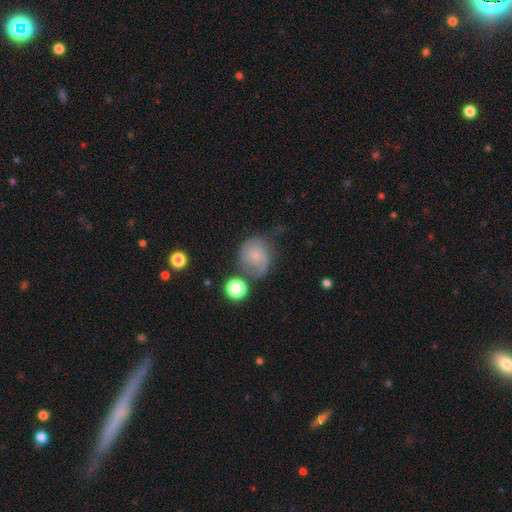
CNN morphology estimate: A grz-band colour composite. It shows a featured or disk galaxy (59%) with no bar (75%), 2 (66%) tight (42%) spiral arms (88%) and a small central bulge (66%). Merging: none (55%).